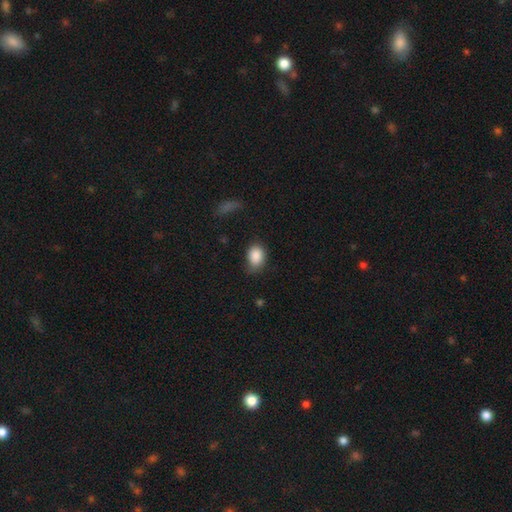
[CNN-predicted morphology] Smooth or featured?
  - smooth: 87% *
  - star or artifact: 8%
  - featured or disk: 5%
How rounded?
  - in between: 68% *
  - round: 31%
  - cigar-shaped: 1%
Merging?
  - none: 59% *
  - minor disturbance: 32%
  - major disturbance: 7%
  - merger: 2%